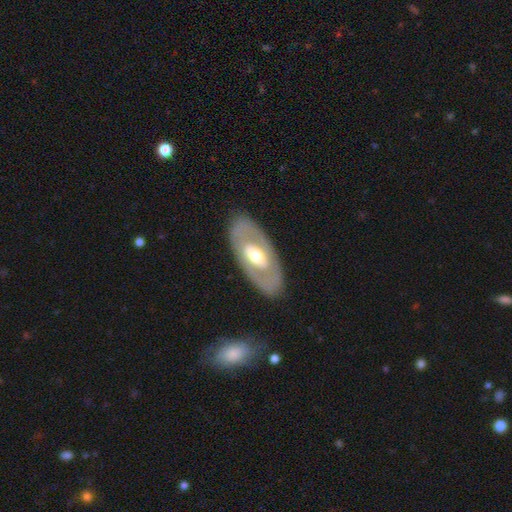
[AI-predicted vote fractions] Overall: featured or disk (61%; smooth 34%). Edge-on disk: no (87%). Bar: no (56%; weak 27%). Spiral arms: no (79%). Bulge size: moderate (67%). Merging: none (84%).